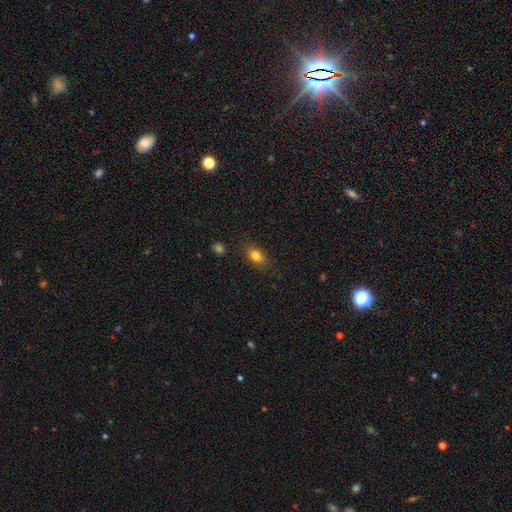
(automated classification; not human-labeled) A smooth galaxy with no disk features (81%) that is in between round and cigar-shaped (80%).

Vote fractions:
- Smooth or featured? smooth: 81% / star or artifact: 10% / featured or disk: 9%
- How rounded? in between: 80% / round: 15% / cigar-shaped: 5%
- Merging? none: 81% / minor disturbance: 13% / major disturbance: 3% / merger: 2%